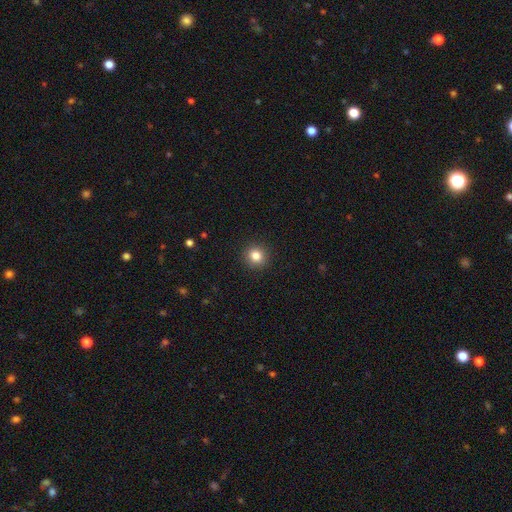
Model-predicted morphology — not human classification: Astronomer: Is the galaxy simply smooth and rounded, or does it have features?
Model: smooth — 83%.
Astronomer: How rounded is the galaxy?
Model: round — 93%.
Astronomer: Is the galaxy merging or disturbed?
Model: none — 92%.